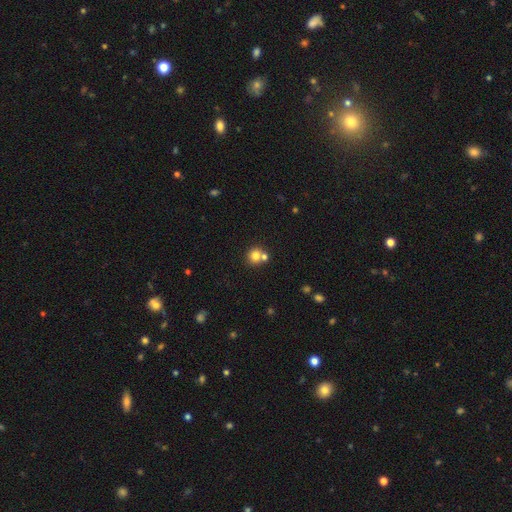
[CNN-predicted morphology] The model was most divided on "merging": none: 56%, merger: 34%, minor disturbance: 7%, major disturbance: 3%. More confident: how rounded — round (87%); smooth or featured — smooth (78%).